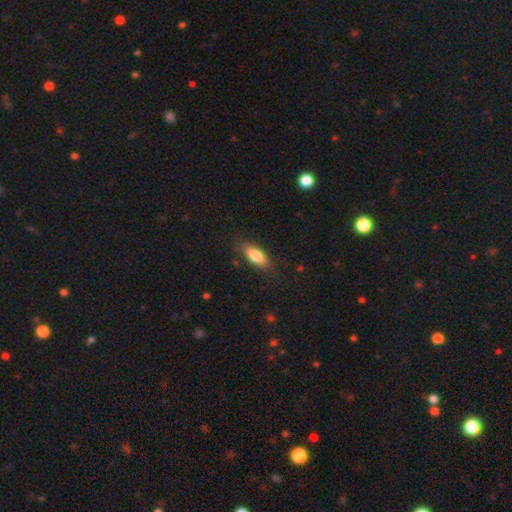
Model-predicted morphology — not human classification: A smooth galaxy with no disk features (80%) that is in between round and cigar-shaped (80%). Merging: none (80%).